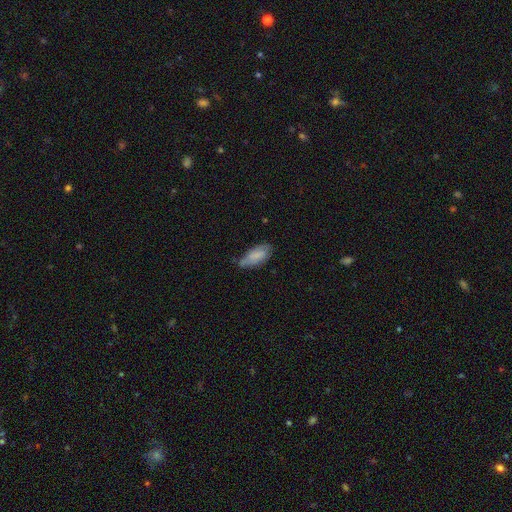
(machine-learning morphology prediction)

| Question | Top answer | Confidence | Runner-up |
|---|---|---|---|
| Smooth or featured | smooth | 77% | featured or disk (16%) |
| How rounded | in between | 85% | cigar-shaped (13%) |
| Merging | none | 45% | minor disturbance (41%) |